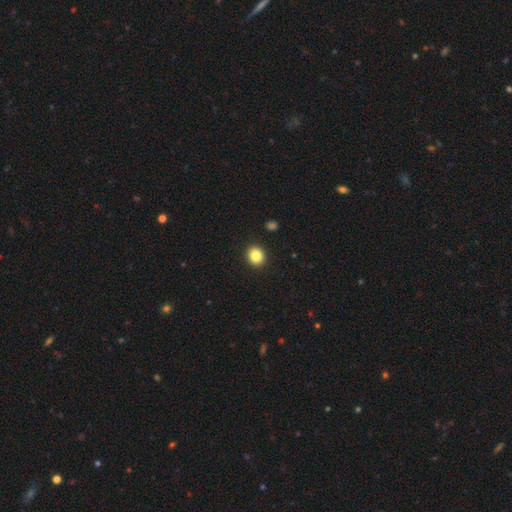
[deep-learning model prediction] The model was most divided on "how rounded": round: 79%, in between: 20%, cigar-shaped: 1%. More confident: merging — none (92%); smooth or featured — smooth (85%).